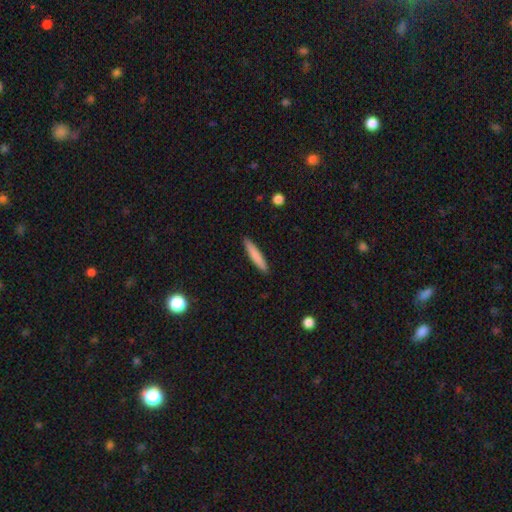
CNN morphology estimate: Q: Smooth or featured?
A: smooth (80%); runner-up: featured or disk (15%)
Q: How rounded?
A: cigar-shaped (92%); runner-up: in between (6%)
Q: Merging?
A: none (91%); runner-up: minor disturbance (6%)